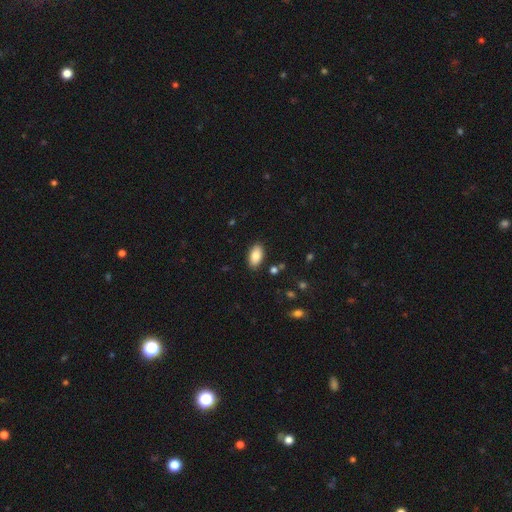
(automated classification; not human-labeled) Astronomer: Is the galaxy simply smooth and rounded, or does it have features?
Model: smooth — 85%.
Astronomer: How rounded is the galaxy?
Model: in between — 94%.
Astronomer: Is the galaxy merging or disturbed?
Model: none — 87%.